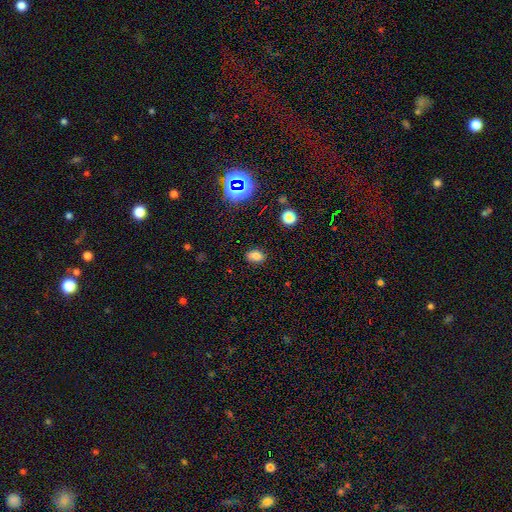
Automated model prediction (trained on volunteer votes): Overall: smooth (76%). How rounded: in between (75%). Merging: none (84%).